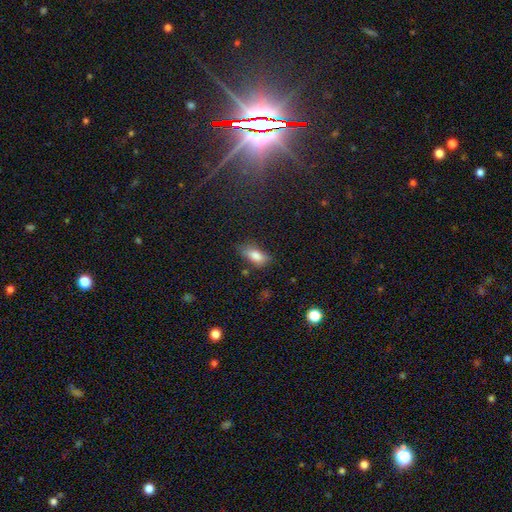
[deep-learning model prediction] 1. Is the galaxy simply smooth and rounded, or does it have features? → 80% smooth, 11% featured or disk, 9% star or artifact.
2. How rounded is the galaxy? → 86% in between, 10% cigar-shaped, 4% round.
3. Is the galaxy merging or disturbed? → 57% none, 29% minor disturbance, 9% major disturbance, 5% merger.